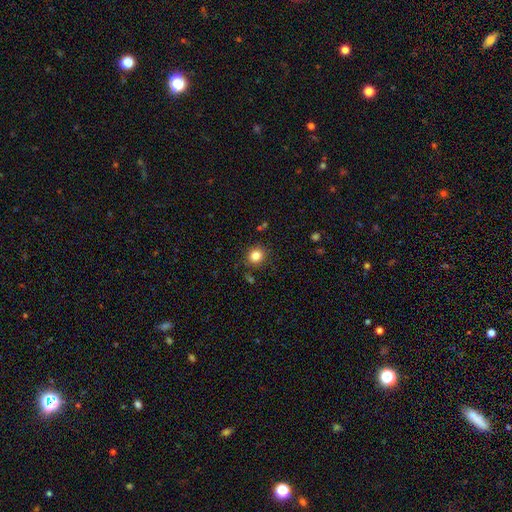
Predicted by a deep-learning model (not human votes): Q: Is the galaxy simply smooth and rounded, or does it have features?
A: smooth — 82%.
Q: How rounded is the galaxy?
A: round — 84%.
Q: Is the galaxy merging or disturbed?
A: none — 86%.